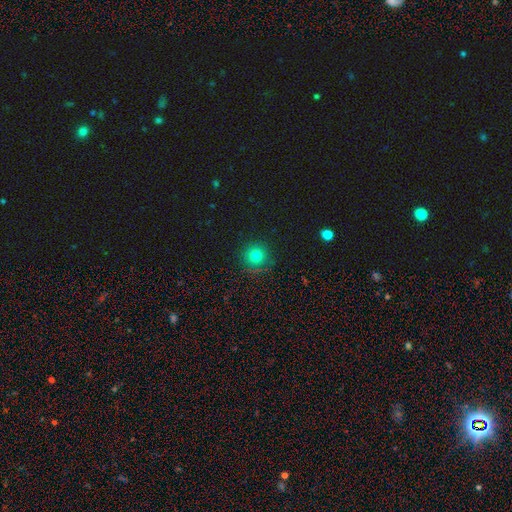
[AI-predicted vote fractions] This is likely a smooth galaxy (79%). How rounded: clearly round (95%). Merging: clearly none (88%).